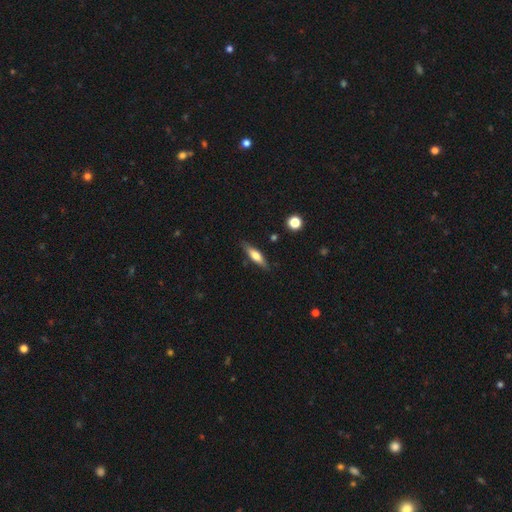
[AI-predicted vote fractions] Smooth or featured? Predicted: smooth (p=0.57). How rounded? Predicted: cigar-shaped (p=0.68). Merging? Predicted: none (p=0.84).